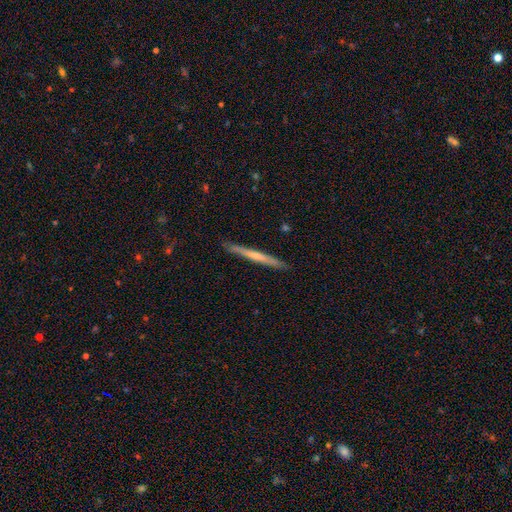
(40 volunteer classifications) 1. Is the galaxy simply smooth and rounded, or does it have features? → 50% featured or disk, 48% smooth, 2% star or artifact.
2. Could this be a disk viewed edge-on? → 95% yes, 5% no.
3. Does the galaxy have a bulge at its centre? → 79% none, 21% rounded, 0% boxy.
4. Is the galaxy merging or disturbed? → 97% none, 3% merger, 0% minor disturbance, 0% major disturbance.